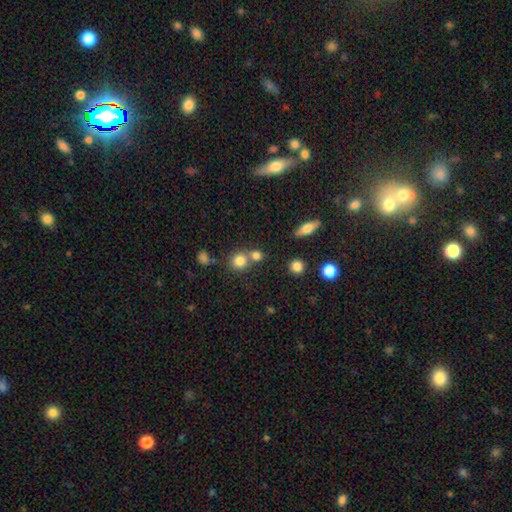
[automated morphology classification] type=smooth (79%); roundness=round (84%); merging=none (53%).